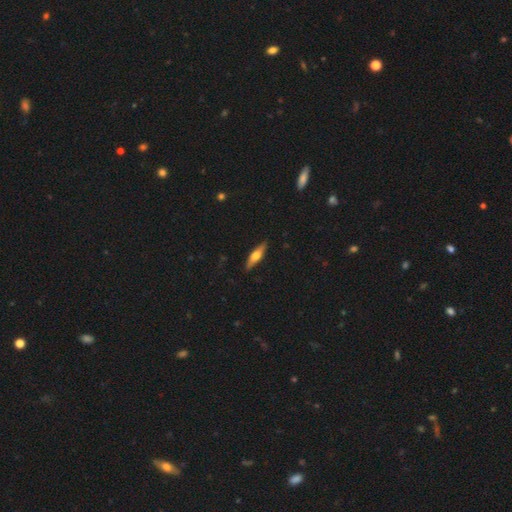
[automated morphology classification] Smooth or featured? Predicted: smooth (p=0.52). How rounded? Predicted: cigar-shaped (p=0.69). Merging? Predicted: none (p=0.88).